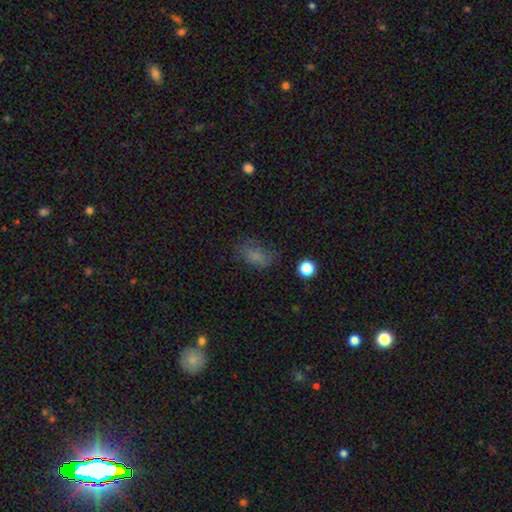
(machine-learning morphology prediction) Smooth or featured?
  - smooth: 70% *
  - star or artifact: 17%
  - featured or disk: 13%
How rounded?
  - in between: 84% *
  - round: 13%
  - cigar-shaped: 4%
Merging?
  - none: 60% *
  - minor disturbance: 23%
  - major disturbance: 15%
  - merger: 2%